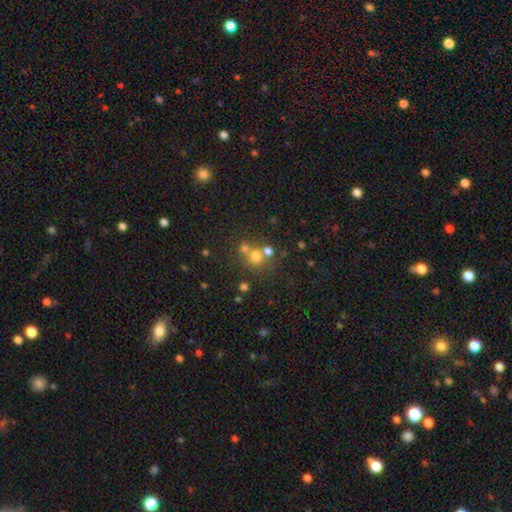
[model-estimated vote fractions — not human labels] Q: Smooth or featured?
A: smooth (66%); runner-up: star or artifact (21%)
Q: How rounded?
A: round (83%); runner-up: in between (16%)
Q: Merging?
A: none (52%); runner-up: merger (35%)